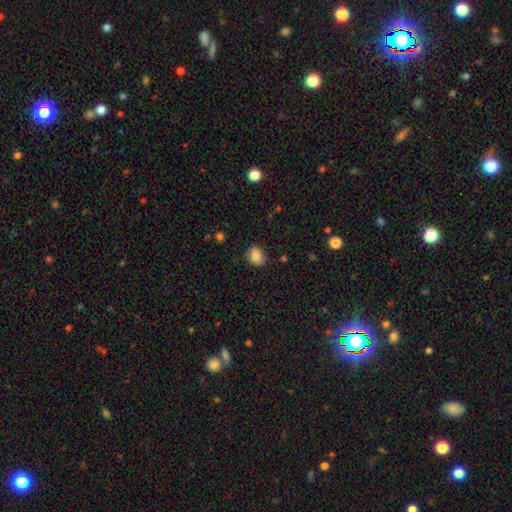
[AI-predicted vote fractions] smooth-or-featured: smooth: 83% | star or artifact: 9% | featured or disk: 8%
  how-rounded: round: 56% | in between: 43% | cigar-shaped: 1%
  merging: none: 78% | minor disturbance: 17% | major disturbance: 4% | merger: 1%